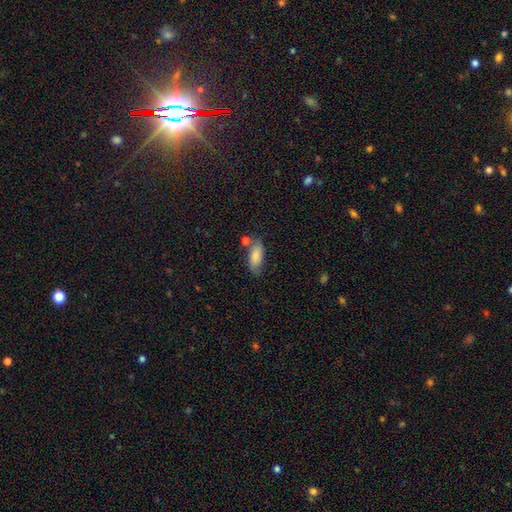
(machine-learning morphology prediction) The model was most divided on "merging": none: 60%, minor disturbance: 21%, merger: 12%, major disturbance: 6%. More confident: how rounded — in between (84%); smooth or featured — smooth (81%).